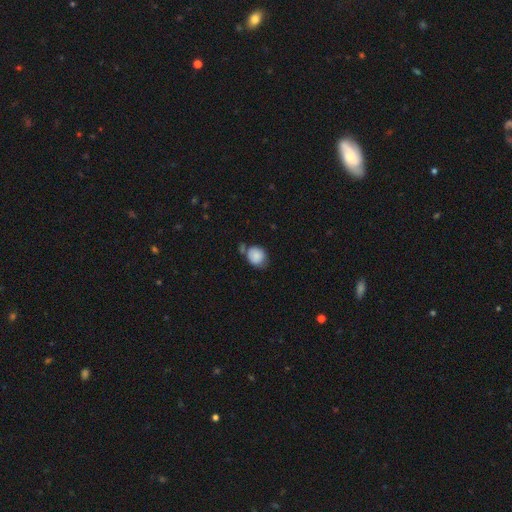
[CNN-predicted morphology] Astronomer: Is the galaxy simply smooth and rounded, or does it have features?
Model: smooth — 86%.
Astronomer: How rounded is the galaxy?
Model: round — 71%.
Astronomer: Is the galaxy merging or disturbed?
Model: none — 55%.